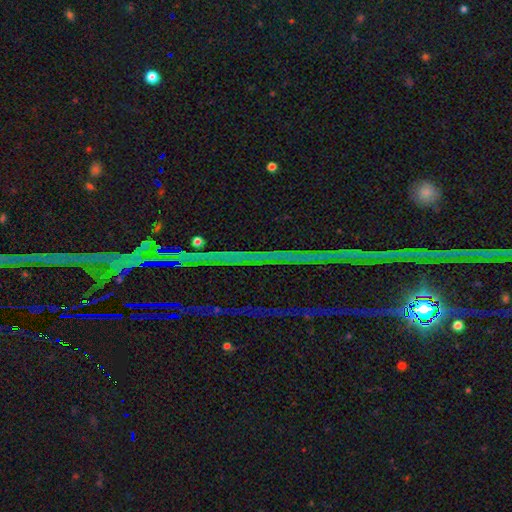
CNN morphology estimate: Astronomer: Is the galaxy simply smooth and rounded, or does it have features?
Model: star or artifact — 86%.